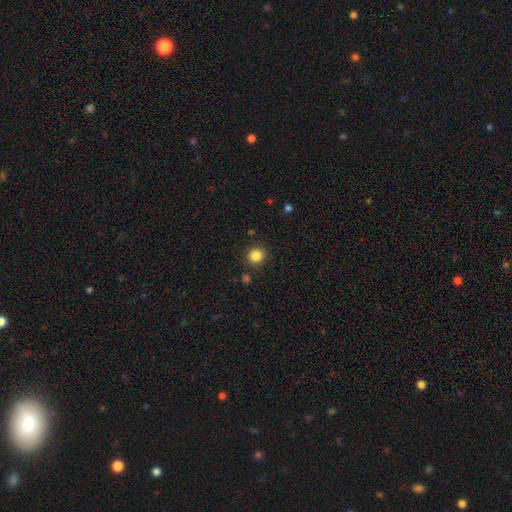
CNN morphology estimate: smooth_or_featured: smooth (p=0.85) [alt: star or artifact p=0.11]
how_rounded: round (p=0.91) [alt: in between p=0.08]
merging: none (p=0.90) [alt: minor disturbance p=0.06]